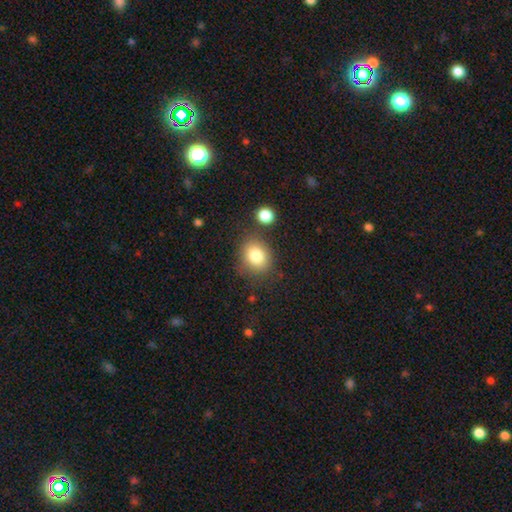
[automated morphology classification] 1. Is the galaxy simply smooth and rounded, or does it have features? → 81% smooth, 10% star or artifact, 9% featured or disk.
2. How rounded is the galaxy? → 63% round, 36% in between, 1% cigar-shaped.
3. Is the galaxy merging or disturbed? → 75% none, 13% minor disturbance, 7% merger, 5% major disturbance.